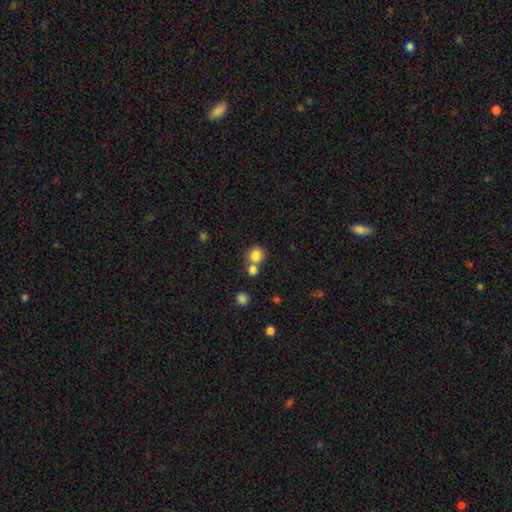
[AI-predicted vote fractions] This appears to be a smooth galaxy with no disk features (81%) that is round (90%). Merging: none (56%).